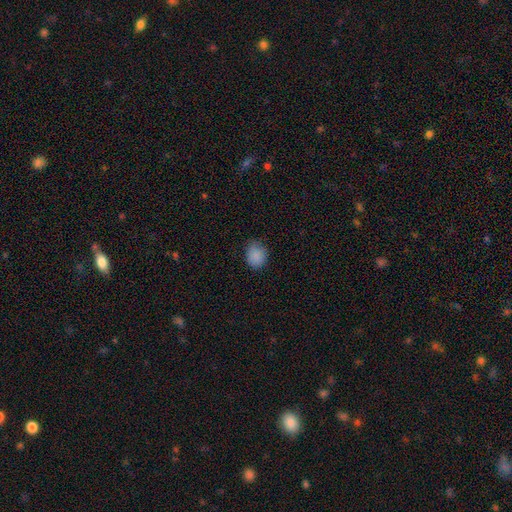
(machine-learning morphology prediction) Smooth or featured? smooth (87%)
How rounded? round (57%)
Merging? none (74%)